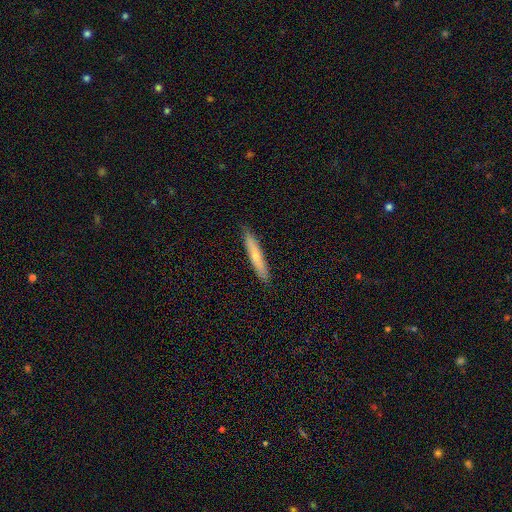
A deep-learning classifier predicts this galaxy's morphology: smooth-or-featured: smooth: 56% | featured or disk: 38% | star or artifact: 6%
  how-rounded: cigar-shaped: 93% | in between: 6% | round: 1%
  merging: none: 90% | minor disturbance: 8% | major disturbance: 1% | merger: 1%